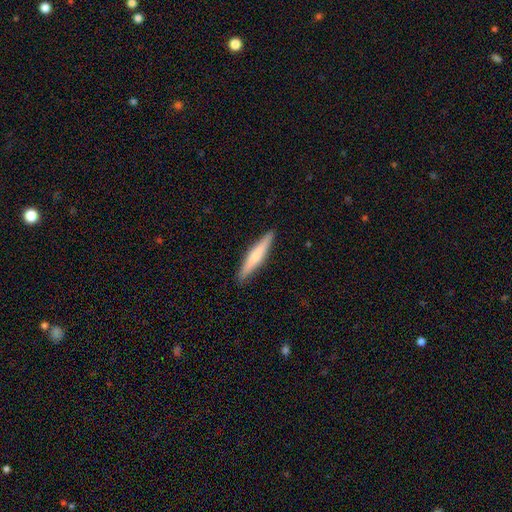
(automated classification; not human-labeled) The model was most divided on "smooth or featured": smooth: 60%, featured or disk: 35%, star or artifact: 5%. More confident: how rounded — cigar-shaped (93%); merging — none (91%).